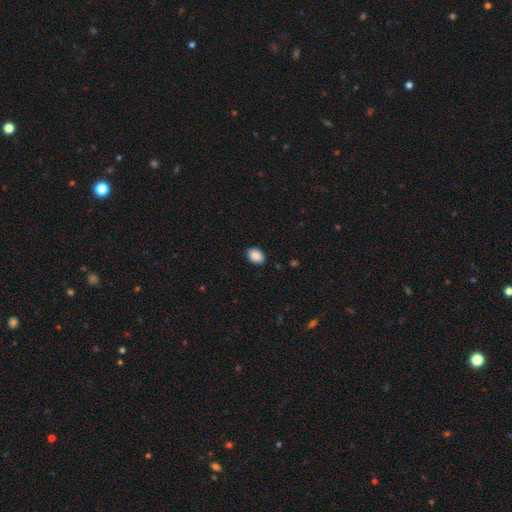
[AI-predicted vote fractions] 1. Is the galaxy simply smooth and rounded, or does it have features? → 90% smooth, 7% star or artifact, 3% featured or disk.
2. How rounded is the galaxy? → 78% in between, 21% round, 1% cigar-shaped.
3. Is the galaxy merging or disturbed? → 89% none, 8% minor disturbance, 2% major disturbance, 1% merger.